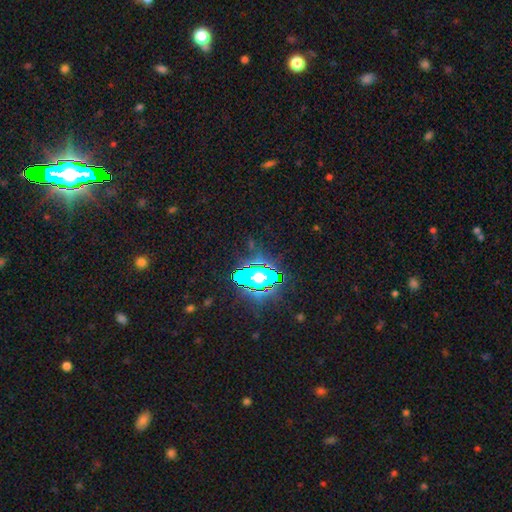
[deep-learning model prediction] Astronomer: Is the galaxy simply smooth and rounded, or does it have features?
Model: star or artifact — 82%.